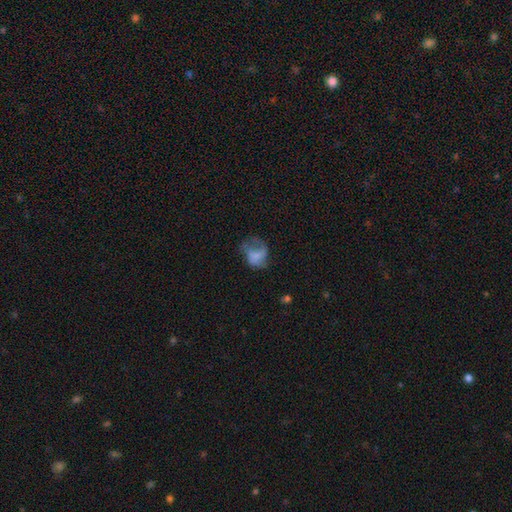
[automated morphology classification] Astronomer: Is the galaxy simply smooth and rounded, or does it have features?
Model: smooth — 51% (runner-up: featured or disk, 39%).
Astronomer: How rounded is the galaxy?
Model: in between — 52% (runner-up: round, 46%).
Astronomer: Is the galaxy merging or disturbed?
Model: major disturbance — 39% (runner-up: none, 33%).